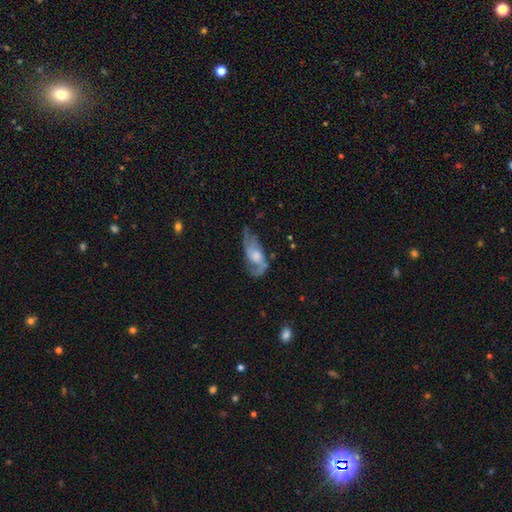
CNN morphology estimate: Smooth or featured?
  - featured or disk: 65% *
  - smooth: 28%
  - star or artifact: 7%
Edge-on disk?
  - no: 88% *
  - yes: 12%
Bar?
  - no: 68% *
  - weak: 27%
  - strong: 5%
Spiral arms?
  - yes: 81% *
  - no: 19%
Bulge size?
  - moderate: 48% *
  - large: 23%
  - small: 18%
  - none: 9%
  - dominant: 2%
Merging?
  - none: 44% *
  - minor disturbance: 29%
  - major disturbance: 23%
  - merger: 3%